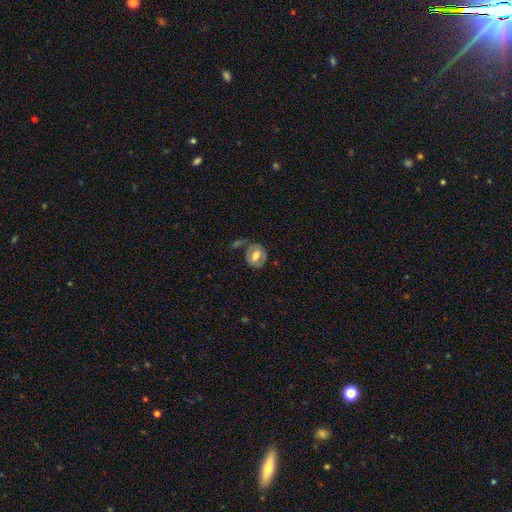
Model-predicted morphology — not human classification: smooth-or-featured: smooth: 56% | featured or disk: 37% | star or artifact: 7%
  how-rounded: round: 58% | in between: 40% | cigar-shaped: 1%
  merging: none: 61% | minor disturbance: 20% | merger: 10% | major disturbance: 9%